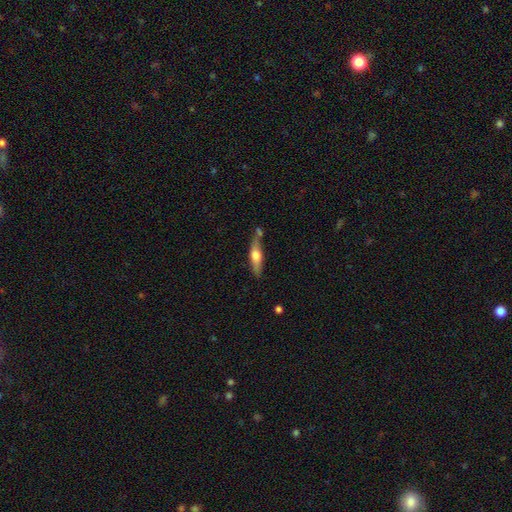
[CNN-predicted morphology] smooth-or-featured: featured or disk: 47% (tied) | smooth: 47% (tied) | star or artifact: 6%
  merging: none: 61% | minor disturbance: 19% | merger: 14% | major disturbance: 5%